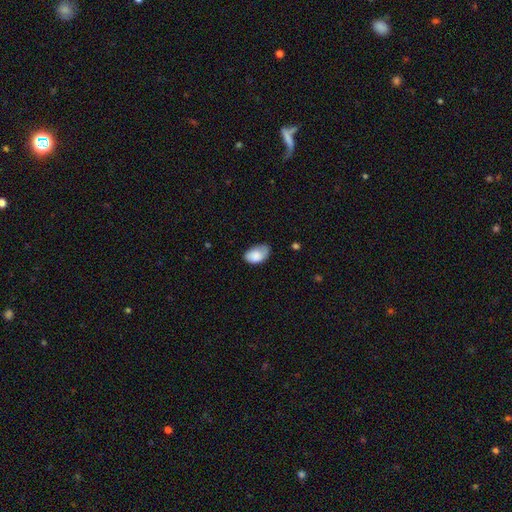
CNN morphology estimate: Overall: smooth (82%). How rounded: in between (92%). Merging: none (51%; minor disturbance 37%).